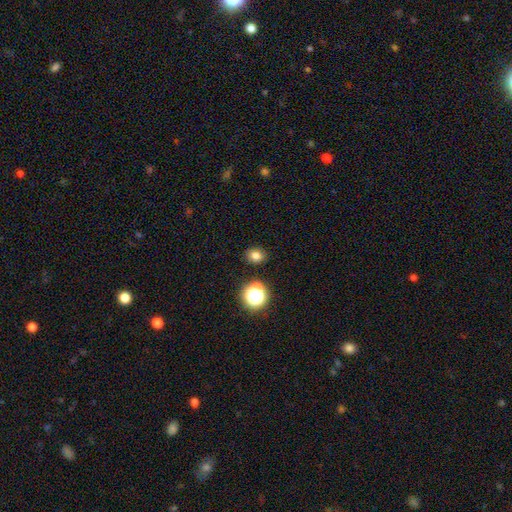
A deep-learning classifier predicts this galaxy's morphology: A smooth galaxy with no disk features (76%) that is round (61%).

Vote fractions:
- Smooth or featured? smooth: 76% / star or artifact: 18% / featured or disk: 7%
- How rounded? round: 61% / in between: 38% / cigar-shaped: 1%
- Merging? none: 86% / minor disturbance: 8% / merger: 3% / major disturbance: 2%